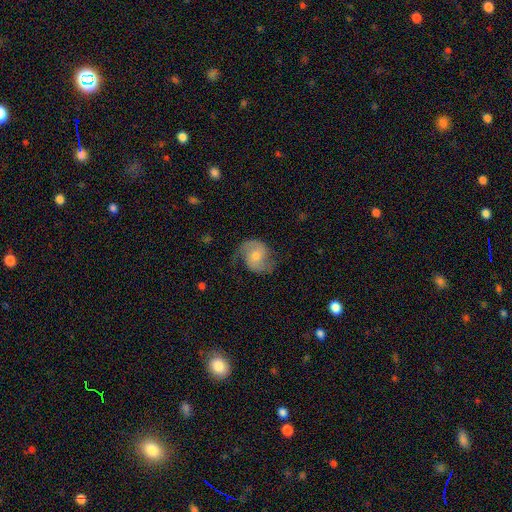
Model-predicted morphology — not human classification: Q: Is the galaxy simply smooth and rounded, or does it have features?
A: featured or disk — 75%.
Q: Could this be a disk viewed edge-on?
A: no — 98%.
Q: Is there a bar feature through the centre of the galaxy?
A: no — 61%.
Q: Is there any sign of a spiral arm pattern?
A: yes — 94%.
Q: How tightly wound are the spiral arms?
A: medium — 47%.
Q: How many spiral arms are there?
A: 2 — 86%.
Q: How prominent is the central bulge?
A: moderate — 48%.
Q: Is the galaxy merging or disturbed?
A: none — 69%.